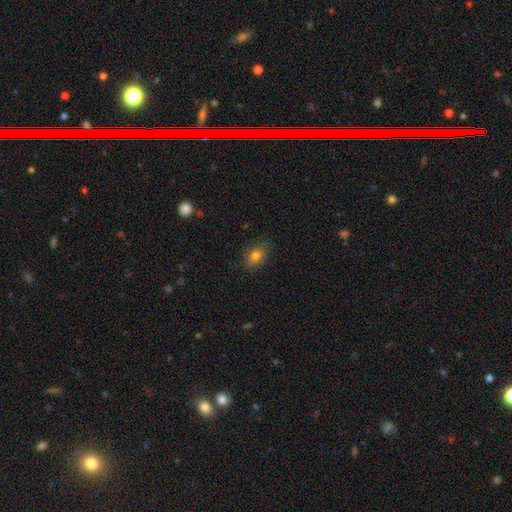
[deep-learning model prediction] This is likely a smooth galaxy (78%). How rounded: possibly in between (55%). Merging: clearly none (83%).